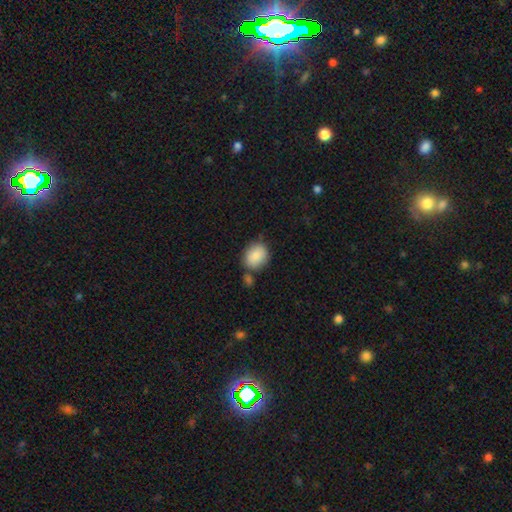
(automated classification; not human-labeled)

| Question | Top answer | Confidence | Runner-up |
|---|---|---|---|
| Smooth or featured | smooth | 87% | star or artifact (7%) |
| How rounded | round | 53% | in between (46%) |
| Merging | none | 68% | minor disturbance (15%) |